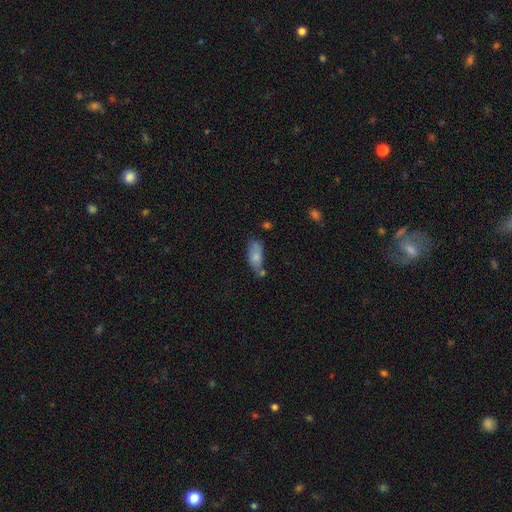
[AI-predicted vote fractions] This is likely a smooth galaxy (74%). How rounded: clearly in between (83%). Merging: possibly none (47%).